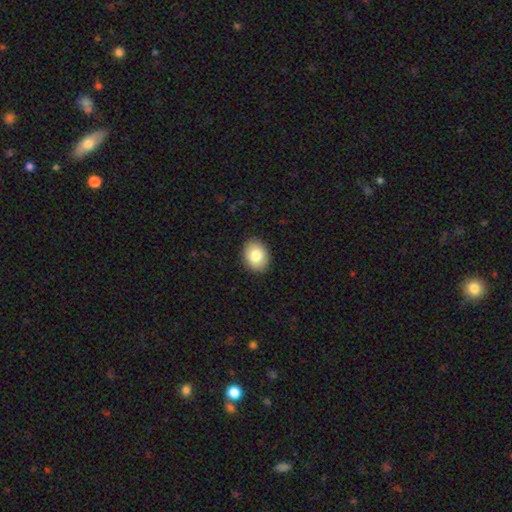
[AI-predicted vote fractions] This appears to be a smooth galaxy with no disk features (82%) that is in between round and cigar-shaped (67%). Merging: none (90%).